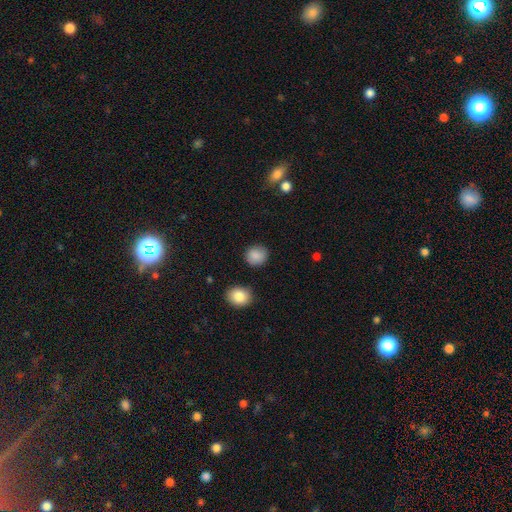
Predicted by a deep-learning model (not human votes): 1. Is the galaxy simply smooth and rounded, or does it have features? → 87% smooth, 9% star or artifact, 4% featured or disk.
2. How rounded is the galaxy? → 83% round, 16% in between, 1% cigar-shaped.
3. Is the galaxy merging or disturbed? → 86% none, 10% minor disturbance, 3% major disturbance, 2% merger.